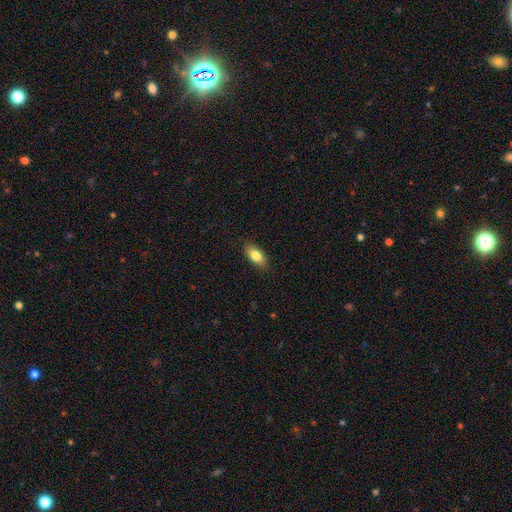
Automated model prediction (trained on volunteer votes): This is clearly a smooth galaxy (81%). How rounded: clearly in between (88%). Merging: clearly none (86%).